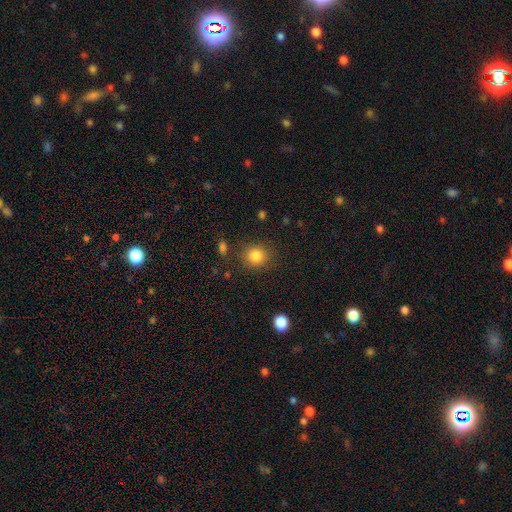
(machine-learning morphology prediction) This is clearly a smooth galaxy (84%). How rounded: clearly round (84%). Merging: clearly none (84%).